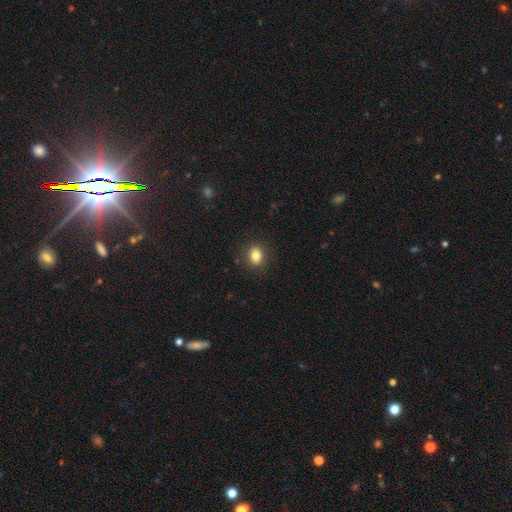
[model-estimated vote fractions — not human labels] A smooth galaxy with no disk features (83%) that is in between round and cigar-shaped (50%).

Vote fractions:
- Smooth or featured? smooth: 83% / star or artifact: 10% / featured or disk: 7%
- How rounded? in between: 50% / round: 49% / cigar-shaped: 1%
- Merging? none: 87% / minor disturbance: 9% / major disturbance: 3% / merger: 1%